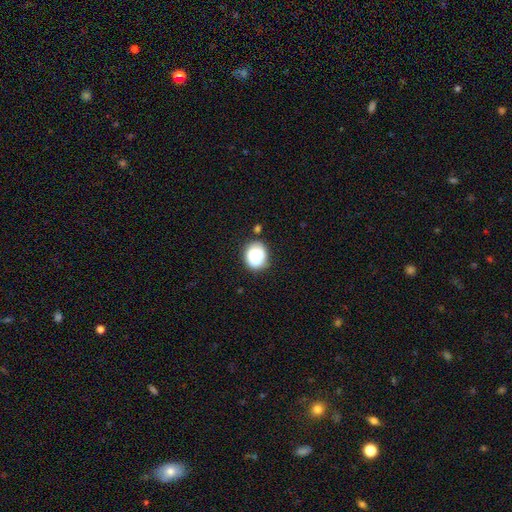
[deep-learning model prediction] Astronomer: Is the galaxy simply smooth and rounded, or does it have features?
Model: smooth — 86%.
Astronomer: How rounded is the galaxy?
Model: round — 63%.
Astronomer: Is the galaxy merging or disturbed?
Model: none — 79%.